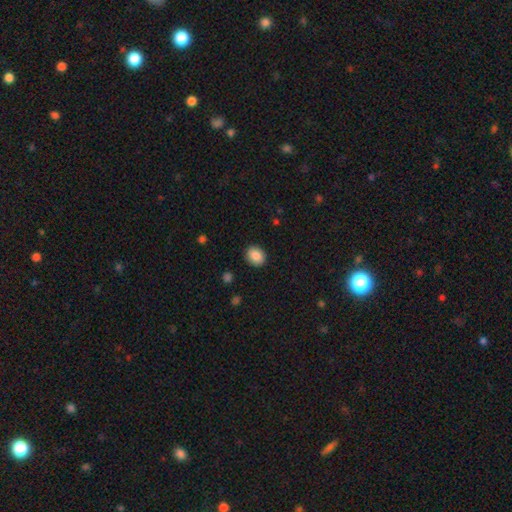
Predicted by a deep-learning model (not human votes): smooth-or-featured: smooth: 87% | star or artifact: 8% | featured or disk: 5%
  how-rounded: round: 59% | in between: 40% | cigar-shaped: 1%
  merging: none: 89% | minor disturbance: 8% | major disturbance: 2% | merger: 1%